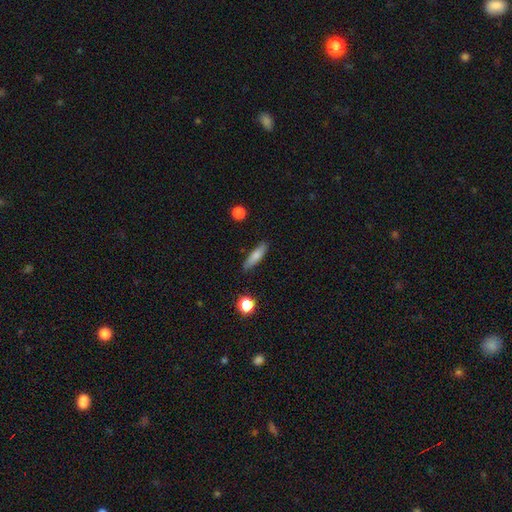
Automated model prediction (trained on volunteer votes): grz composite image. It shows a smooth galaxy with no disk features (77%) that is cigar-shaped (71%). Merging: none (84%).